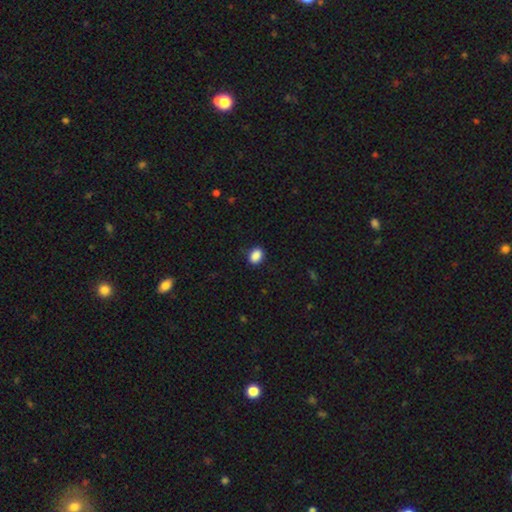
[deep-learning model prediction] Smooth or featured? smooth (89%)
How rounded? in between (74%)
Merging? none (86%)